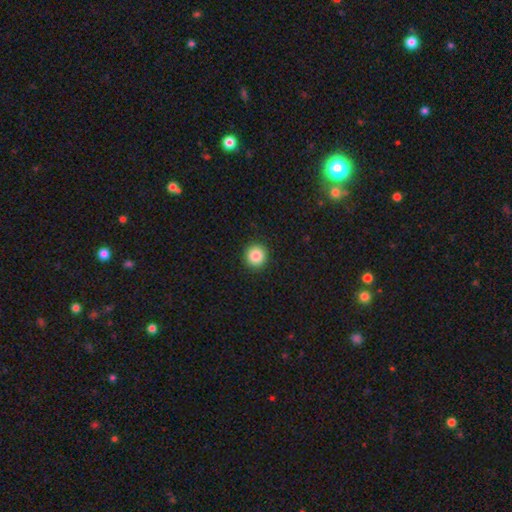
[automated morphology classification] A smooth galaxy with no disk features (87%) that is round (95%).

Vote fractions:
- Smooth or featured? smooth: 87% / star or artifact: 9% / featured or disk: 4%
- How rounded? round: 95% / in between: 4% / cigar-shaped: 1%
- Merging? none: 93% / minor disturbance: 4% / major disturbance: 2% / merger: 1%